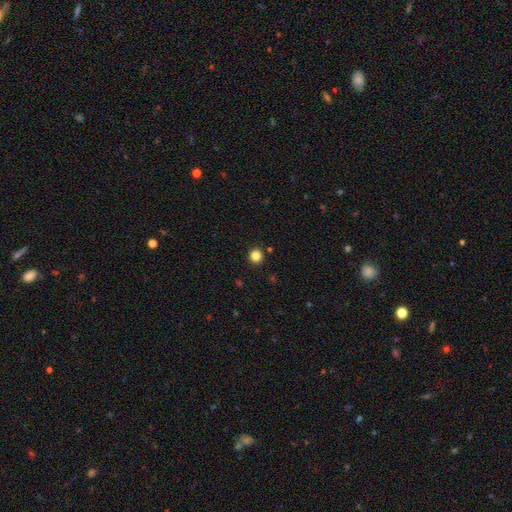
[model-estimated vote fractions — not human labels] smooth-or-featured: smooth: 83% | star or artifact: 13% | featured or disk: 4%
  how-rounded: round: 94% | in between: 5% | cigar-shaped: 1%
  merging: none: 92% | minor disturbance: 5% | major disturbance: 2% | merger: 1%